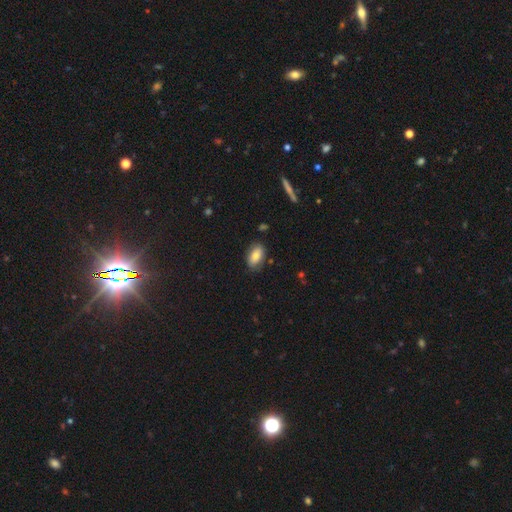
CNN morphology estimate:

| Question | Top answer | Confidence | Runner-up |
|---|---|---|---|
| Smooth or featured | smooth | 81% | featured or disk (12%) |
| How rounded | in between | 92% | round (5%) |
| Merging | none | 80% | minor disturbance (15%) |